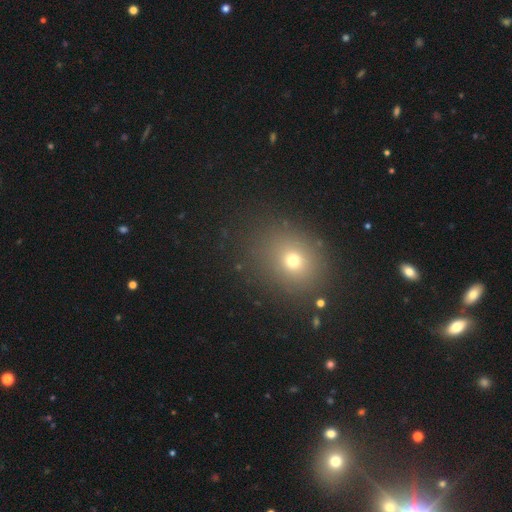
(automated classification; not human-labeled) A smooth galaxy with no disk features (59%) that is round (66%). Merging: none (87%).